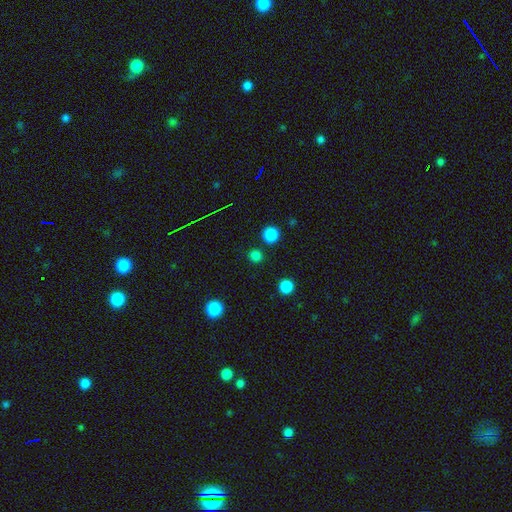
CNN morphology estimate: A smooth galaxy with no disk features (78%) that is round (90%). Merging: none (85%).